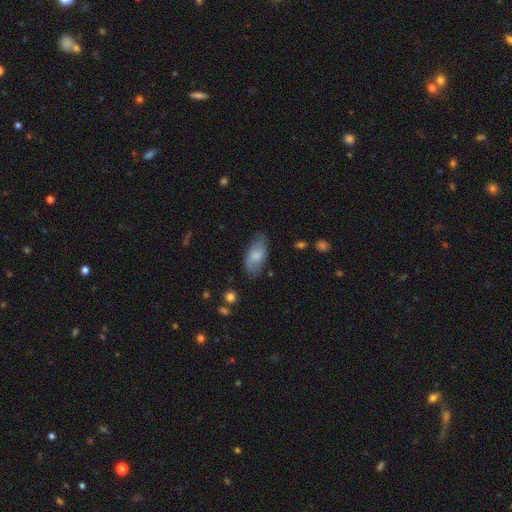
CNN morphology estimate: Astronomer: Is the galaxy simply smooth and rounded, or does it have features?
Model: smooth — 73%.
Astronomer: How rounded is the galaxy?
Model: in between — 92%.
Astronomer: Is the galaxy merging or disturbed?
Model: none — 73%.